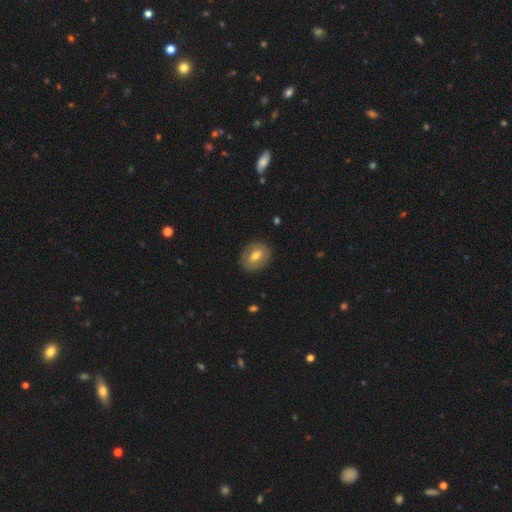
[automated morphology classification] Smooth or featured? Predicted: smooth (p=0.60). How rounded? Predicted: in between (p=0.53). Merging? Predicted: none (p=0.86).